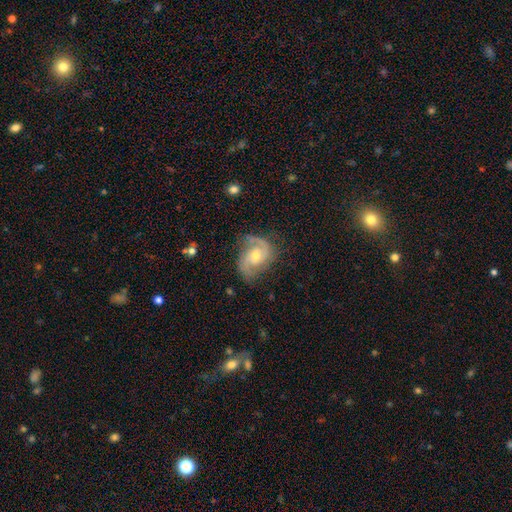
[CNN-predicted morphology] Q: Smooth or featured?
A: featured or disk (86%); runner-up: smooth (8%)
Q: Edge-on disk?
A: no (98%); runner-up: yes (2%)
Q: Bar?
A: no (62%); runner-up: weak (32%)
Q: Spiral arms?
A: yes (97%); runner-up: no (3%)
Q: Spiral winding?
A: medium (52%); runner-up: tight (27%)
Q: Spiral arm count?
A: 2 (85%); runner-up: can't tell (5%)
Q: Bulge size?
A: moderate (53%); runner-up: small (43%)
Q: Merging?
A: none (70%); runner-up: minor disturbance (20%)